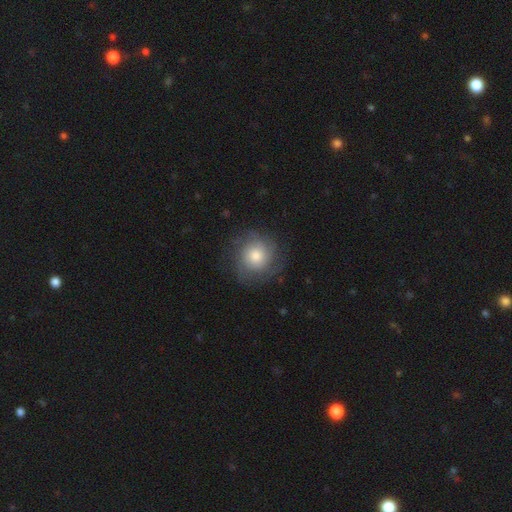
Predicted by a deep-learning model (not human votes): This appears to be a smooth galaxy with no disk features (45%, tied with featured or disk). Merging: none (77%).